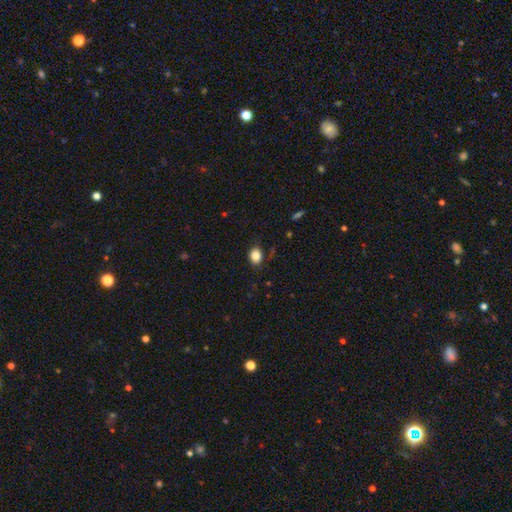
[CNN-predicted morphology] This is clearly a smooth galaxy (84%). How rounded: possibly in between (57%). Merging: clearly none (82%).